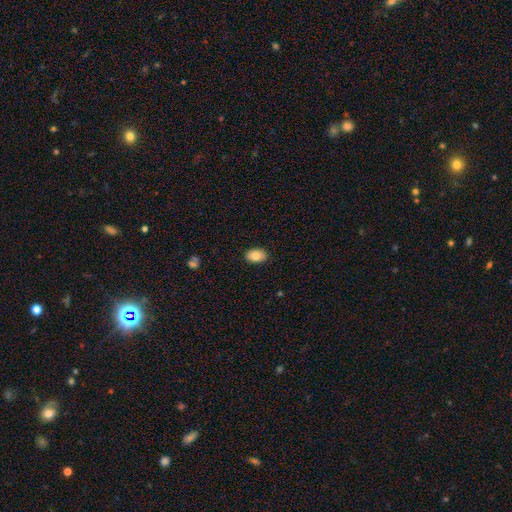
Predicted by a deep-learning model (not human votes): smooth-or-featured: smooth: 82% | featured or disk: 11% | star or artifact: 7%
  how-rounded: in between: 88% | round: 11% | cigar-shaped: 1%
  merging: none: 88% | minor disturbance: 9% | major disturbance: 2% | merger: 1%